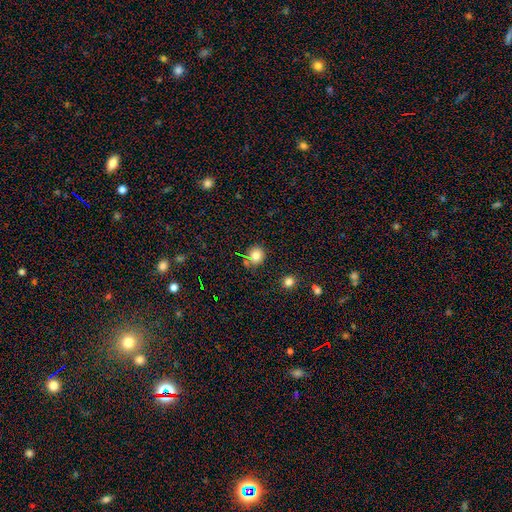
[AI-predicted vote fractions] smooth 80%, star or artifact 13%, featured or disk 7%. Down the decision tree: how rounded — round (86%); merging — none (77%).